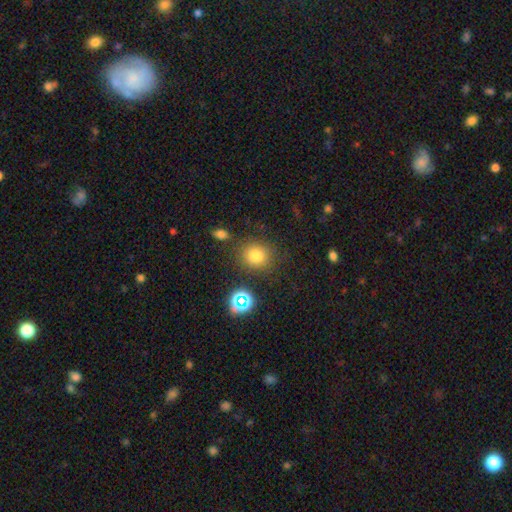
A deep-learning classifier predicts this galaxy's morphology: type=smooth (77%); roundness=round (81%); merging=none (81%).